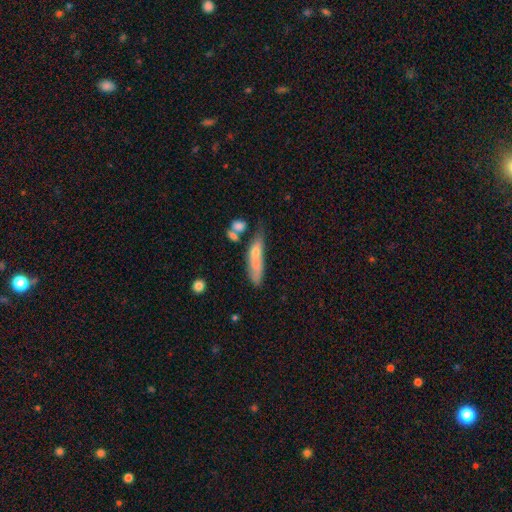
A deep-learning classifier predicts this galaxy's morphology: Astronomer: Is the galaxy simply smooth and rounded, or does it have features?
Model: smooth — 62%.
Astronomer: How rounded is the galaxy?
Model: cigar-shaped — 67%.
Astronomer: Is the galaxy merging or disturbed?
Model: none — 41% (runner-up: minor disturbance, 28%).